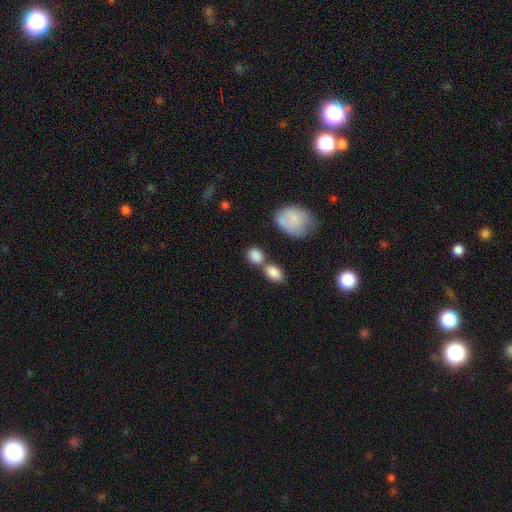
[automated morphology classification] Smooth or featured? smooth (85%)
How rounded? in between (54%)
Merging? none (43%)